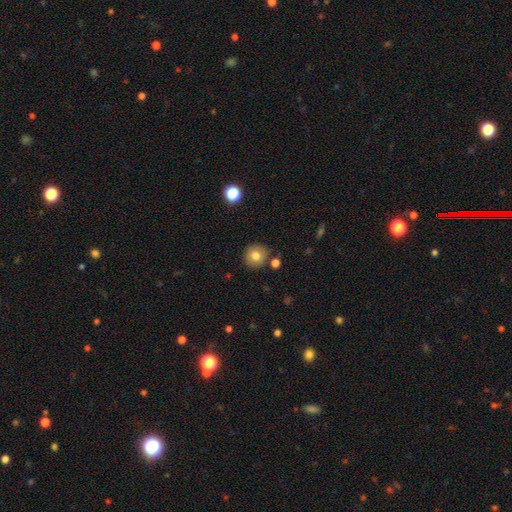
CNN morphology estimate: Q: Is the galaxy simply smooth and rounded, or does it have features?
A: smooth — 79%.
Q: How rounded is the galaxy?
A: round — 91%.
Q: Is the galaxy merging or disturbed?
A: none — 83%.